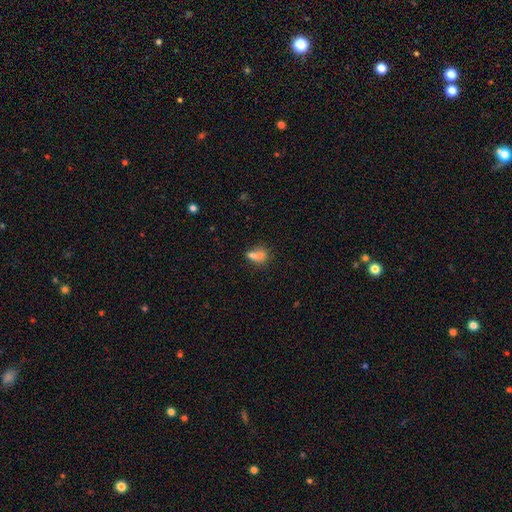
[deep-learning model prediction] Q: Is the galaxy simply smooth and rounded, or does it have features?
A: smooth — 76%.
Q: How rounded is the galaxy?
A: in between — 70%.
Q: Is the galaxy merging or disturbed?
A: none — 40%.